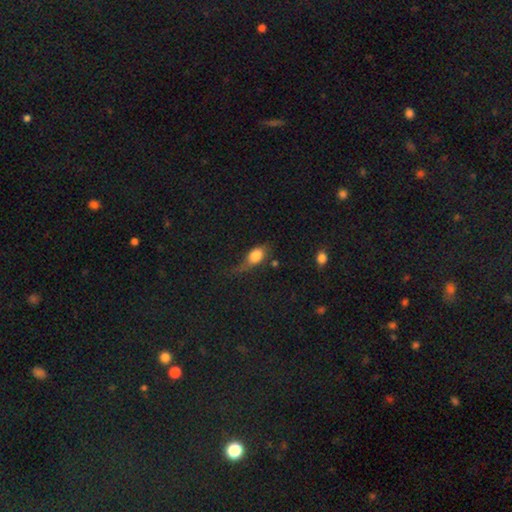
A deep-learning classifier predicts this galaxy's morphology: smooth-or-featured: smooth: 76% | featured or disk: 15% | star or artifact: 9%
  how-rounded: in between: 75% | round: 18% | cigar-shaped: 7%
  merging: none: 35% | minor disturbance: 32% | major disturbance: 28% | merger: 5%